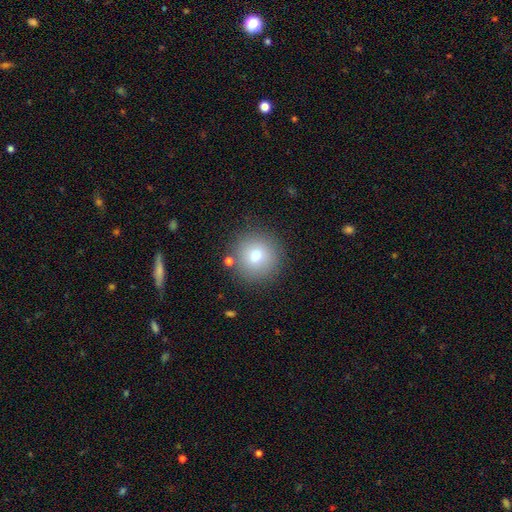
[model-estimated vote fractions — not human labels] Smooth or featured?
  - smooth: 77% *
  - star or artifact: 12%
  - featured or disk: 11%
How rounded?
  - round: 95% *
  - in between: 4%
  - cigar-shaped: 1%
Merging?
  - none: 87% *
  - minor disturbance: 8%
  - merger: 3%
  - major disturbance: 3%